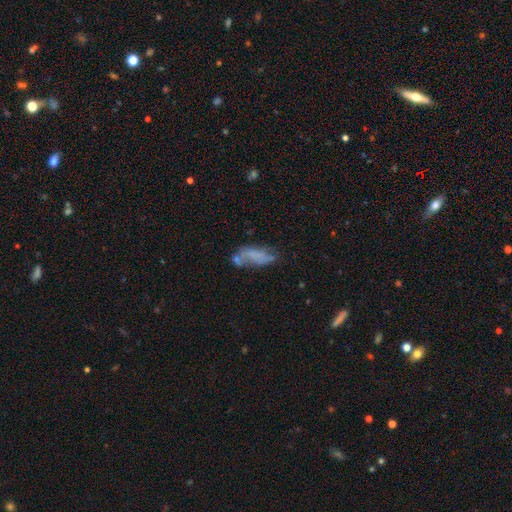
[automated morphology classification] type=smooth (52%); roundness=in between (68%); merging=none (34%).